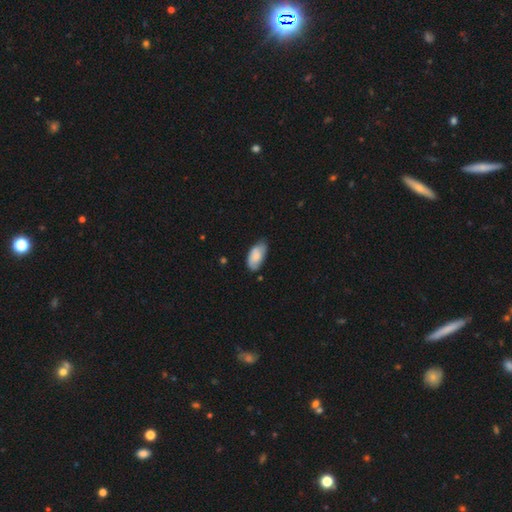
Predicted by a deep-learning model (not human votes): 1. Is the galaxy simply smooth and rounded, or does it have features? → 77% smooth, 16% featured or disk, 7% star or artifact.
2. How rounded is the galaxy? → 93% in between, 4% cigar-shaped, 2% round.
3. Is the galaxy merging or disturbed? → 62% none, 31% minor disturbance, 5% major disturbance, 2% merger.